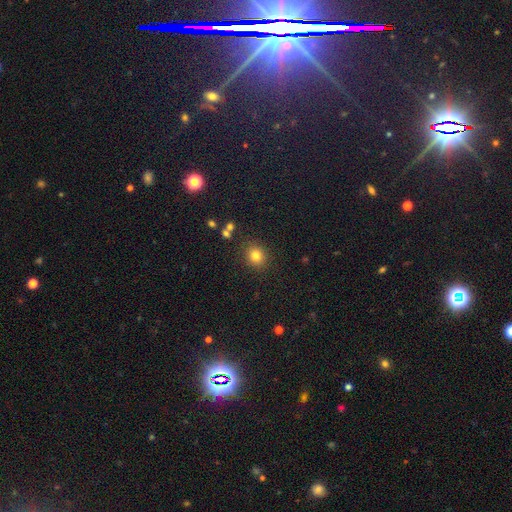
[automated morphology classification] Overall: smooth (80%). How rounded: round (80%). Merging: none (87%).